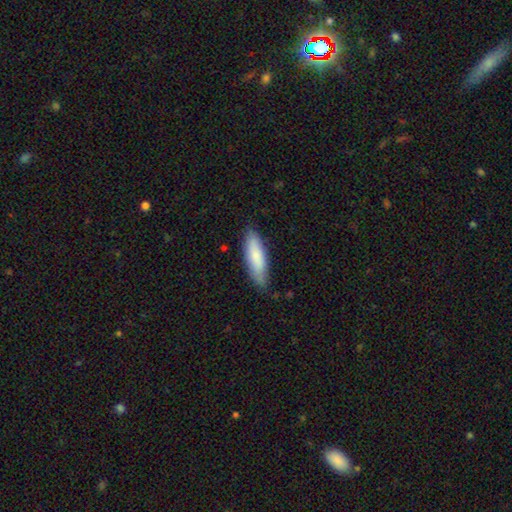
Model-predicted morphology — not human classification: smooth-or-featured: smooth: 80% | featured or disk: 14% | star or artifact: 5%
  how-rounded: cigar-shaped: 56% | in between: 43% | round: 1%
  merging: none: 82% | minor disturbance: 14% | major disturbance: 2% | merger: 1%